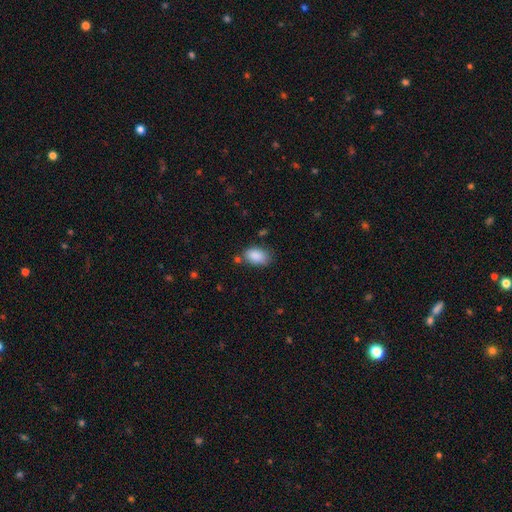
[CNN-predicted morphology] Overall: smooth (88%). How rounded: in between (90%). Merging: none (69%).